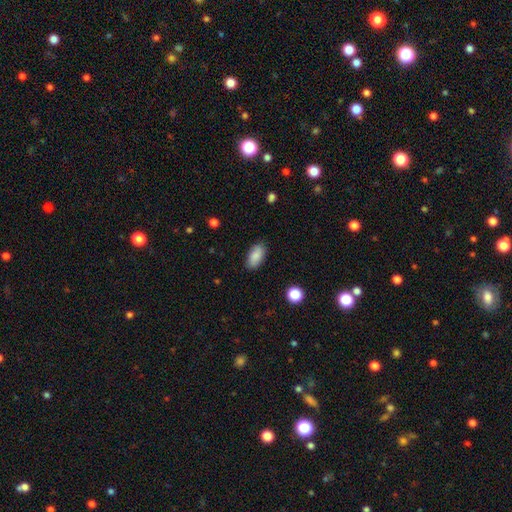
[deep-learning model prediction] This is clearly a smooth galaxy (87%). How rounded: clearly in between (93%). Merging: clearly none (87%).